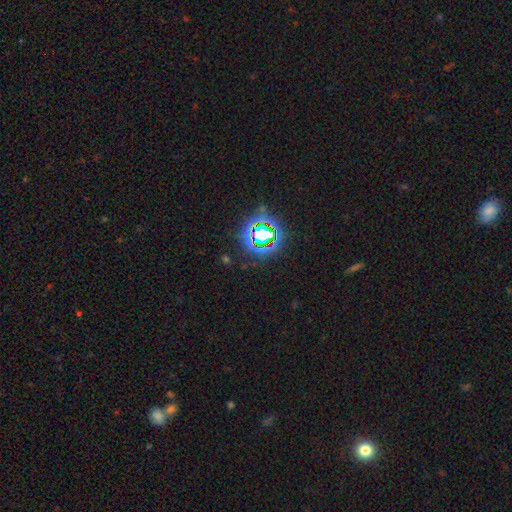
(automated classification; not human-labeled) Smooth or featured? star or artifact (76%)